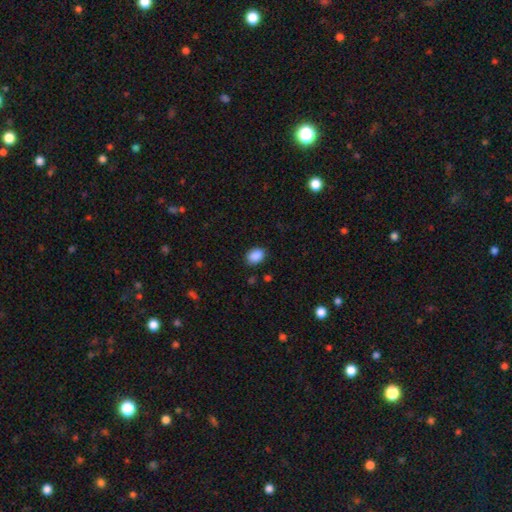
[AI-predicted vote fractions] Overall: smooth (90%). How rounded: in between (74%). Merging: none (85%).